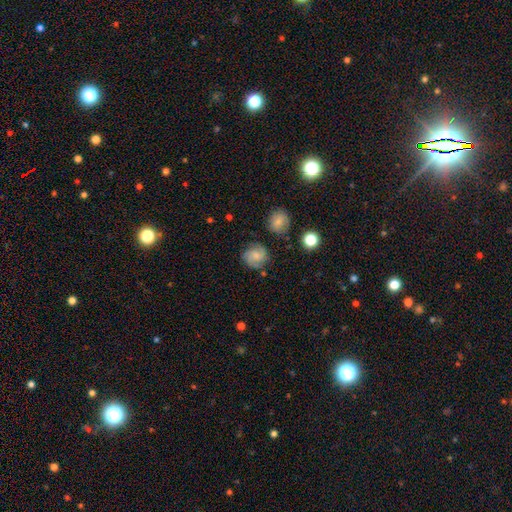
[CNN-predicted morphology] This appears to be a featured or disk galaxy (54%) with no bar (64%), spiral arms (92%) and a small central bulge (41%). Merging: none (75%).